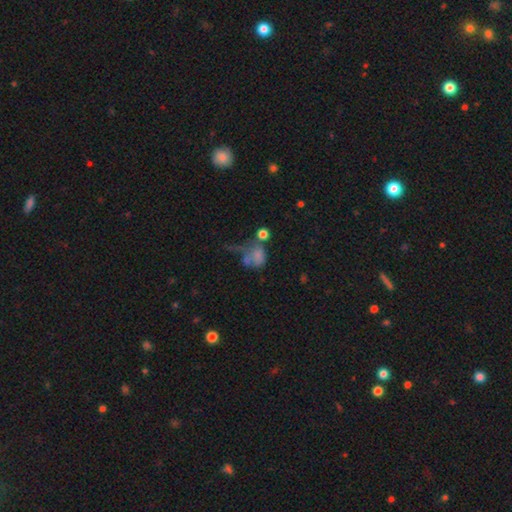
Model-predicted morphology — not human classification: Overall: smooth (62%; featured or disk 23%). How rounded: in between (56%; round 42%). Merging: major disturbance (36%; merger 26%).